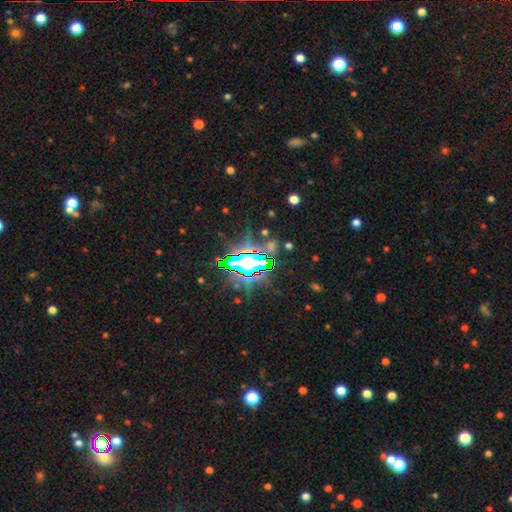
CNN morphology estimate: star or artifact 84%, smooth 8%, featured or disk 8%.